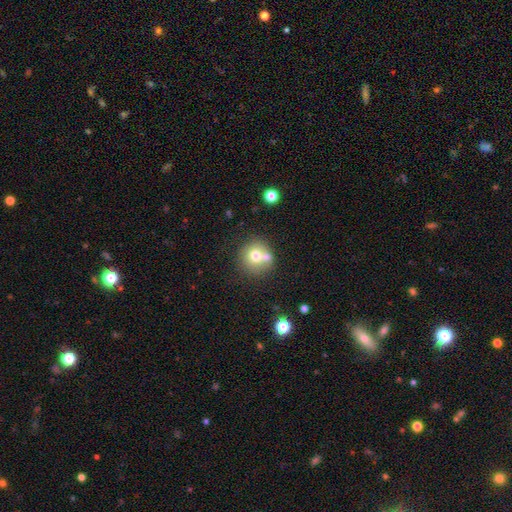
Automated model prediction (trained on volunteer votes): Smooth or featured: smooth — 68% (featured or disk — 20%)
How rounded: round — 90% (in between — 9%)
Merging: none — 51% (merger — 33%)